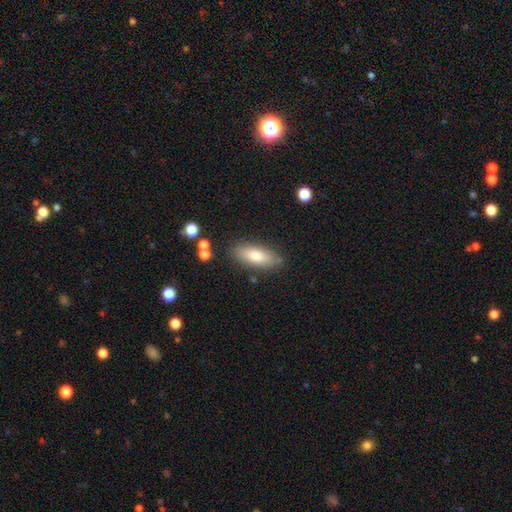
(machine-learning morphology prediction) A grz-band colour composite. It shows a smooth galaxy with no disk features (76%) that is in between round and cigar-shaped (68%). Merging: none (84%).